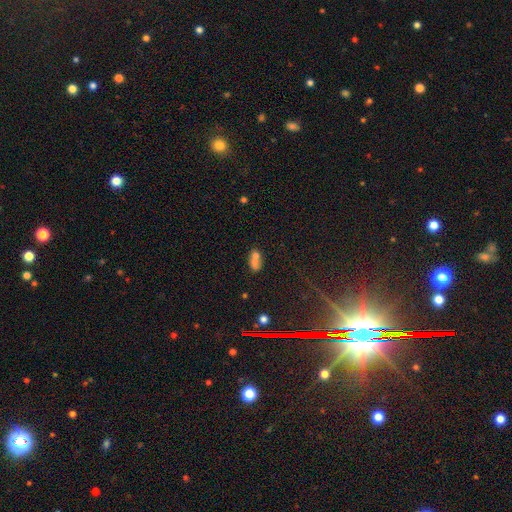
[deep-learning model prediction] Q: Smooth or featured?
A: smooth (57%); runner-up: star or artifact (27%)
Q: How rounded?
A: in between (70%); runner-up: cigar-shaped (18%)
Q: Merging?
A: none (53%); runner-up: merger (24%)